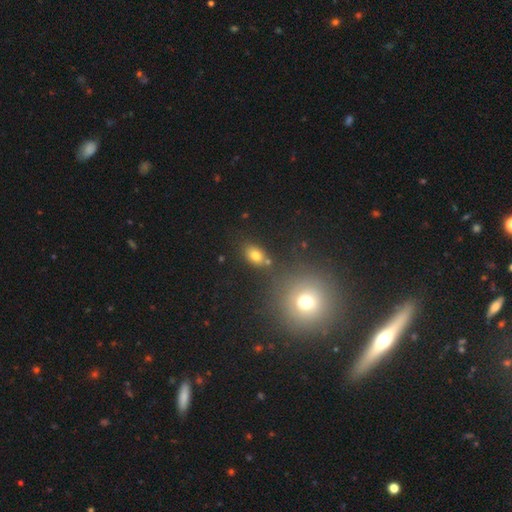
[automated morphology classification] A smooth galaxy with no disk features (75%) that is in between round and cigar-shaped (75%). Merging: none (73%).